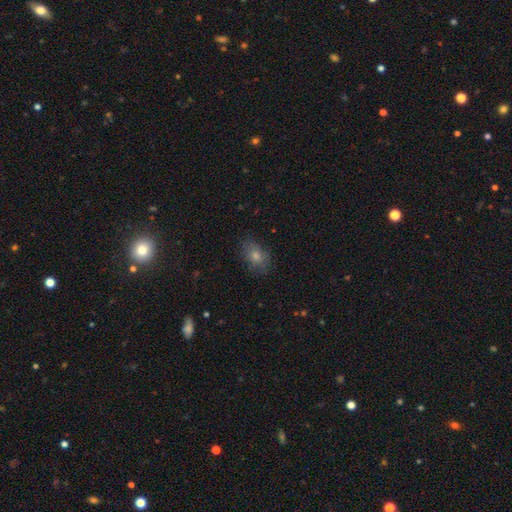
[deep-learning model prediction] The model was most divided on "smooth or featured": smooth: 64%, star or artifact: 21%, featured or disk: 15%. More confident: merging — none (81%); how rounded — in between (71%).